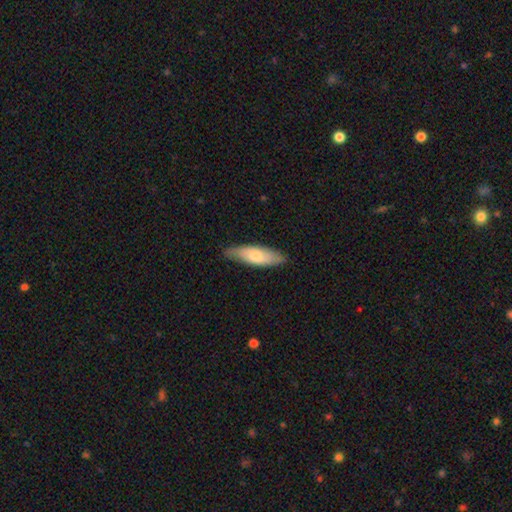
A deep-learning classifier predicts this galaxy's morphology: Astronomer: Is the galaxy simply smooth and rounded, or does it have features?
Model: smooth — 69%.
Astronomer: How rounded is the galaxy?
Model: in between — 51% (runner-up: cigar-shaped, 47%).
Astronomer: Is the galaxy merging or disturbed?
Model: none — 81%.